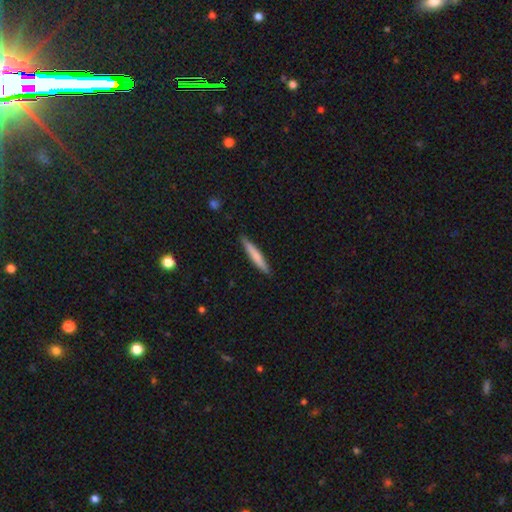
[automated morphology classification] smooth 69%, featured or disk 26%, star or artifact 5%. Down the decision tree: how rounded — cigar-shaped (95%); merging — none (90%).